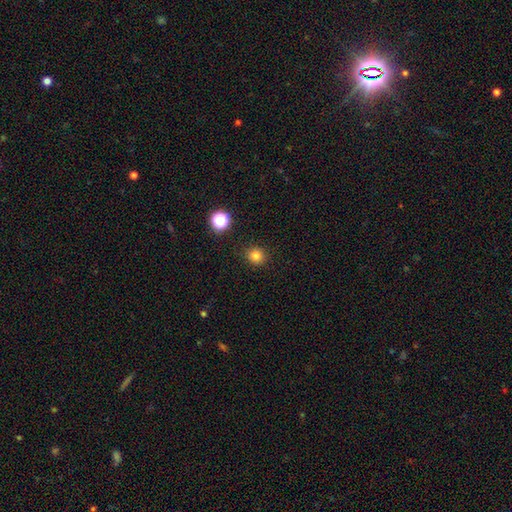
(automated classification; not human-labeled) smooth_or_featured: smooth (p=0.81) [alt: star or artifact p=0.15]
how_rounded: round (p=0.90) [alt: in between p=0.09]
merging: none (p=0.90) [alt: minor disturbance p=0.07]